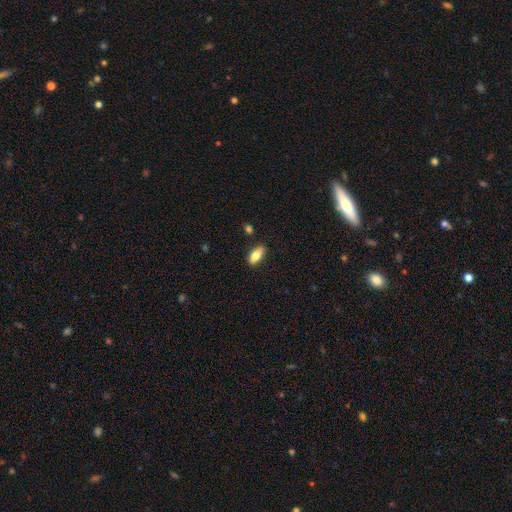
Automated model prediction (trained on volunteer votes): Smooth or featured? smooth (76%)
How rounded? in between (82%)
Merging? none (83%)